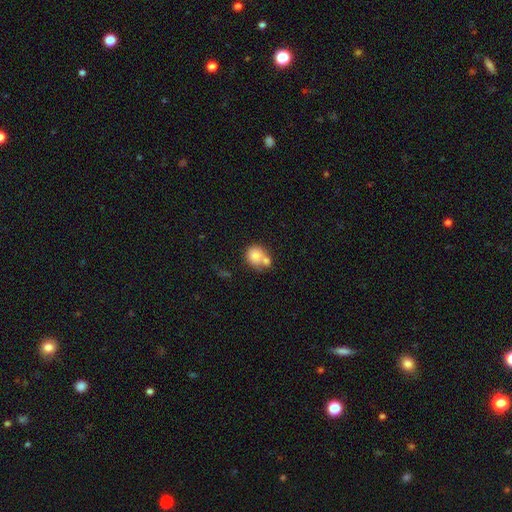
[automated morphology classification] smooth 77%, featured or disk 14%, star or artifact 9%. Down the decision tree: how rounded — round (79%); merging — merger (47%).